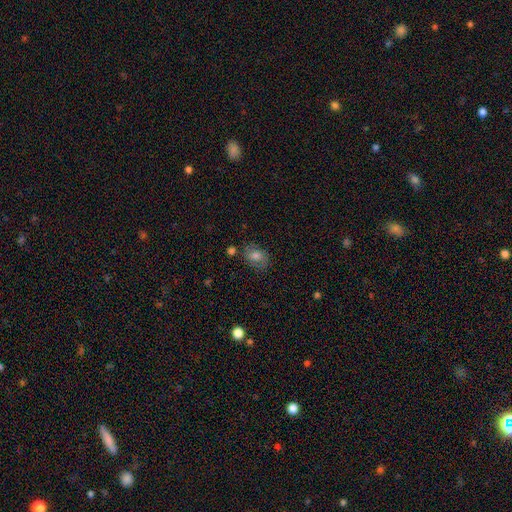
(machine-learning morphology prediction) This appears to be a smooth galaxy with no disk features (64%) that is in between round and cigar-shaped (66%). Merging: none (69%).